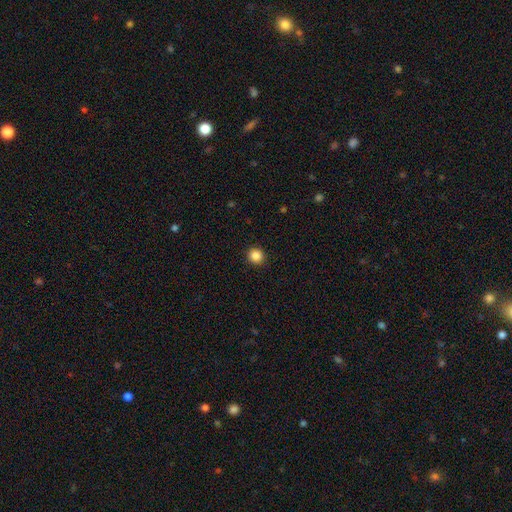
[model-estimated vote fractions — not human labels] Morphology: type=smooth (86%); roundness=round (94%); merging=none (93%).